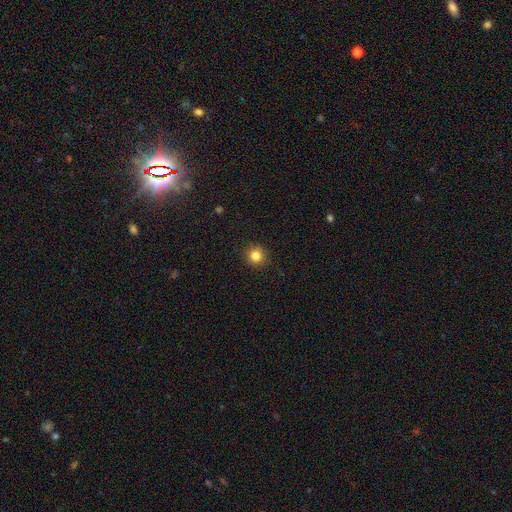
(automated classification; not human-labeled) Overall: smooth (82%). How rounded: round (94%). Merging: none (92%).